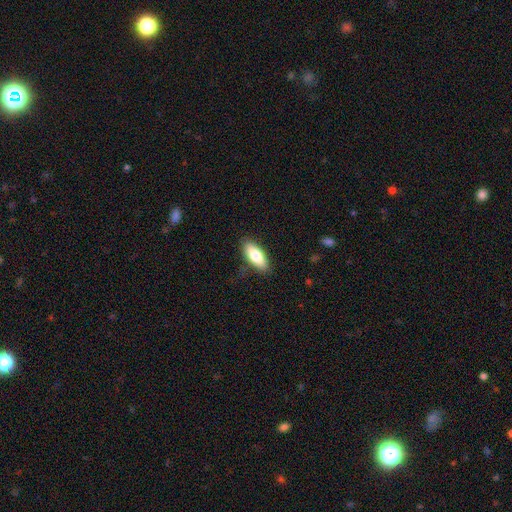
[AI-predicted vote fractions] A smooth galaxy with no disk features (78%) that is in between round and cigar-shaped (77%). Merging: none (82%).